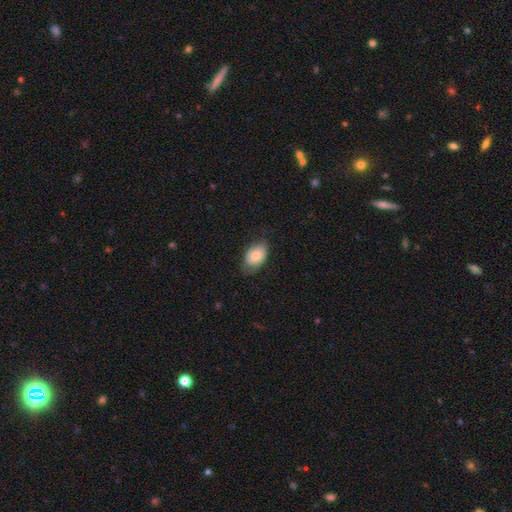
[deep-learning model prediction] smooth 75%, featured or disk 18%, star or artifact 7%. Down the decision tree: how rounded — in between (88%); merging — none (67%).